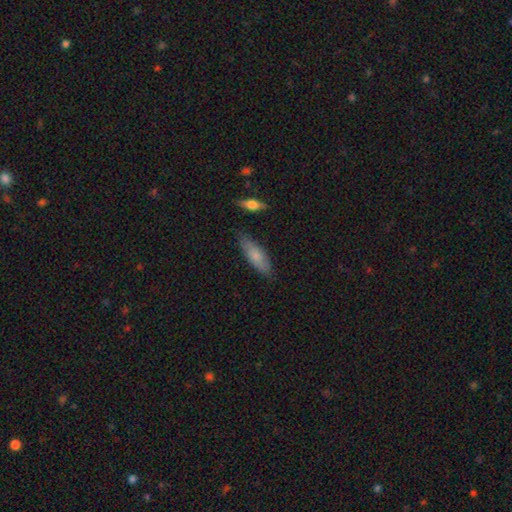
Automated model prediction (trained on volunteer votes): This appears to be a smooth galaxy with no disk features (75%) that is in between round and cigar-shaped (55%). Merging: none (80%).